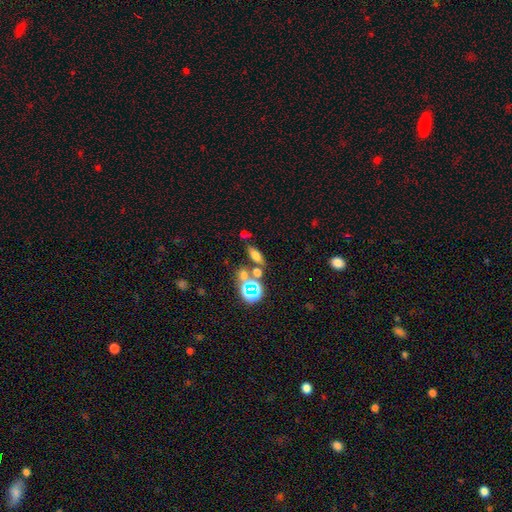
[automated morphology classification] Overall: smooth (61%; star or artifact 23%). How rounded: in between (65%). Merging: none (67%).